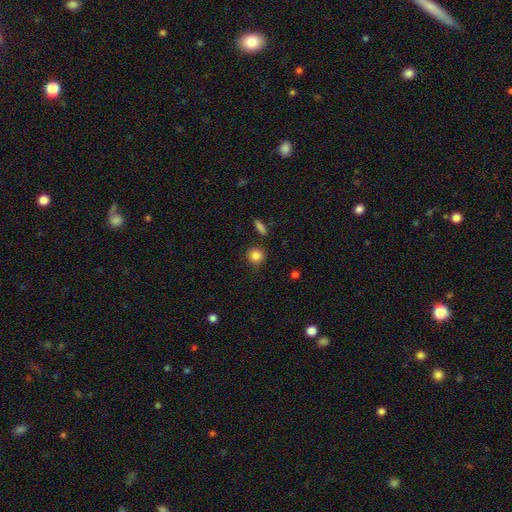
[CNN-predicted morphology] smooth 85%, star or artifact 10%, featured or disk 5%. Down the decision tree: how rounded — round (89%); merging — none (83%).